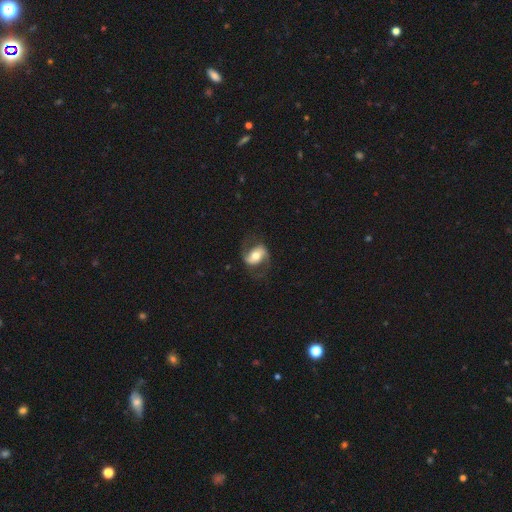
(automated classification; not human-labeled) This is likely a featured or disk galaxy (67%). It is clearly not viewed edge-on (95%). Bar: marginally no (34%, tied with strong). Spiral arm pattern: clearly yes (86%). Spiral arm count: clearly 2 (90%). Spiral winding: marginally loose (45%). Central bulge: likely moderate (64%). Merging: likely none (69%).